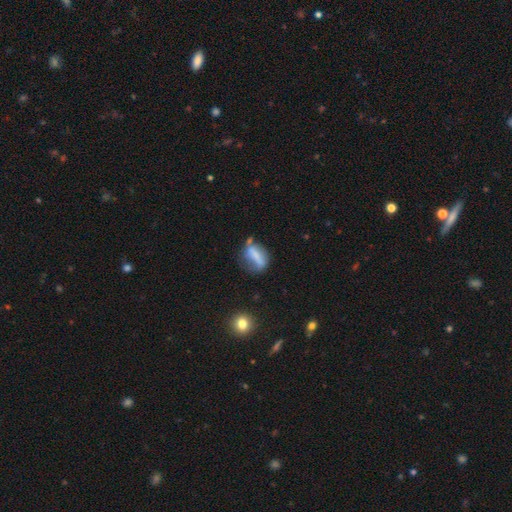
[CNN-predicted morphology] Smooth or featured?
  - smooth: 59% *
  - featured or disk: 31%
  - star or artifact: 10%
How rounded?
  - in between: 63% *
  - cigar-shaped: 22%
  - round: 15%
Merging?
  - none: 40% *
  - minor disturbance: 29%
  - major disturbance: 20%
  - merger: 10%